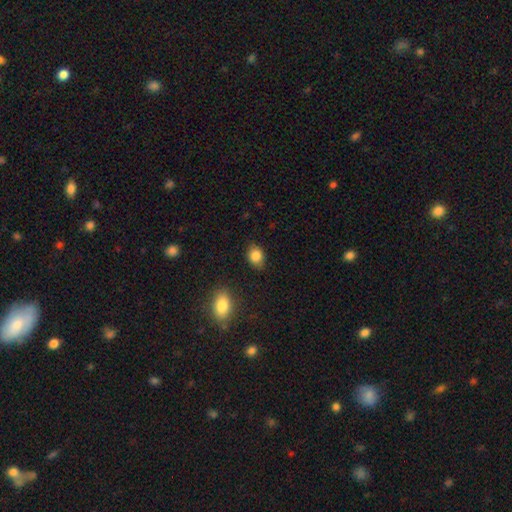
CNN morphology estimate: smooth_or_featured: smooth (p=0.85) [alt: star or artifact p=0.09]
how_rounded: in between (p=0.66) [alt: round p=0.32]
merging: none (p=0.80) [alt: minor disturbance p=0.15]